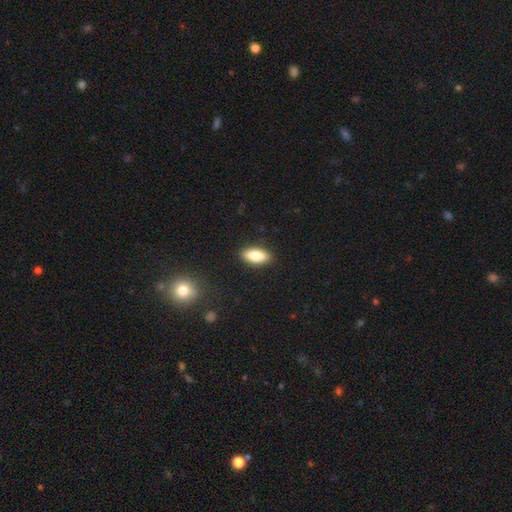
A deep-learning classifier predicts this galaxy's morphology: This appears to be a smooth galaxy with no disk features (81%) that is in between round and cigar-shaped (84%). Merging: none (89%).